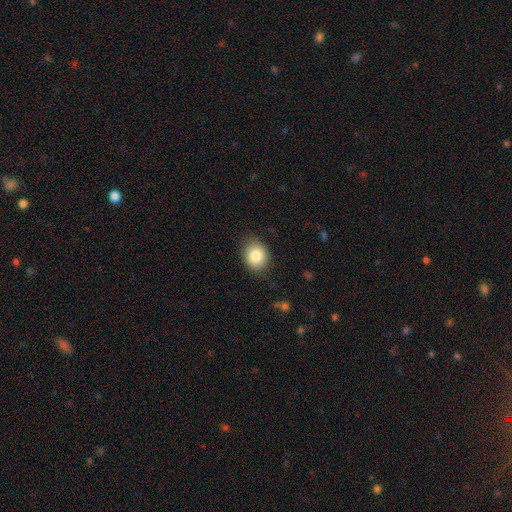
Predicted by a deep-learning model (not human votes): Smooth or featured?
  - smooth: 84% *
  - star or artifact: 9%
  - featured or disk: 7%
How rounded?
  - round: 60% *
  - in between: 39%
  - cigar-shaped: 1%
Merging?
  - none: 82% *
  - minor disturbance: 14%
  - major disturbance: 3%
  - merger: 1%